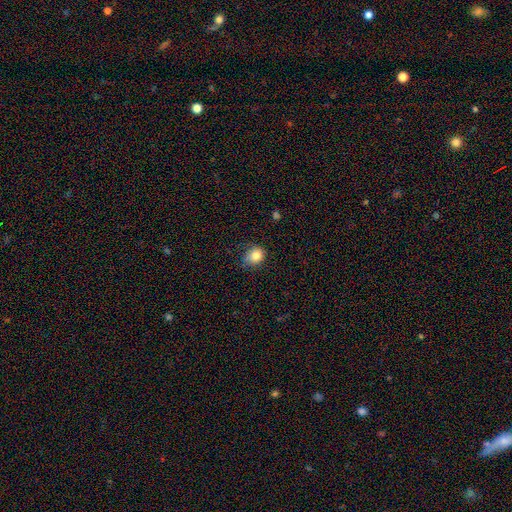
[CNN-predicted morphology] A smooth galaxy with no disk features (83%) that is round (69%). Merging: none (64%).